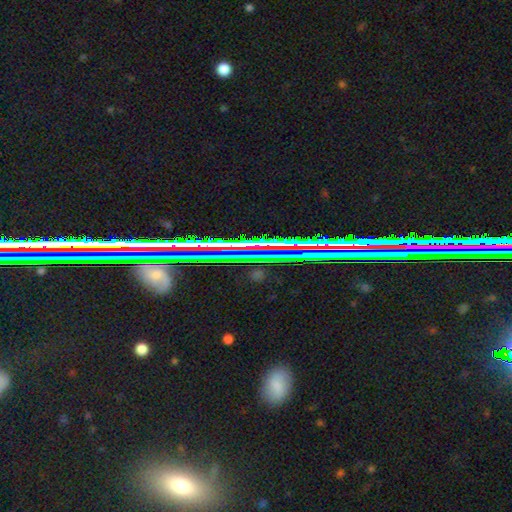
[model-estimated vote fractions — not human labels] Morphology: type=star or artifact (73%).